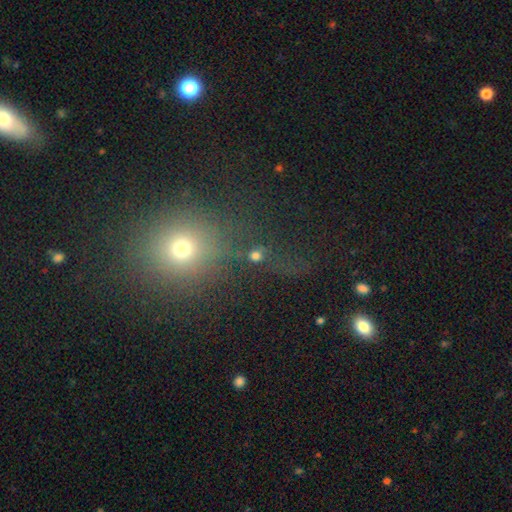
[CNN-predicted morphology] smooth-or-featured: smooth: 60% | star or artifact: 29% | featured or disk: 12%
  how-rounded: round: 73% | in between: 24% | cigar-shaped: 3%
  merging: none: 63% | minor disturbance: 14% | major disturbance: 13% | merger: 11%